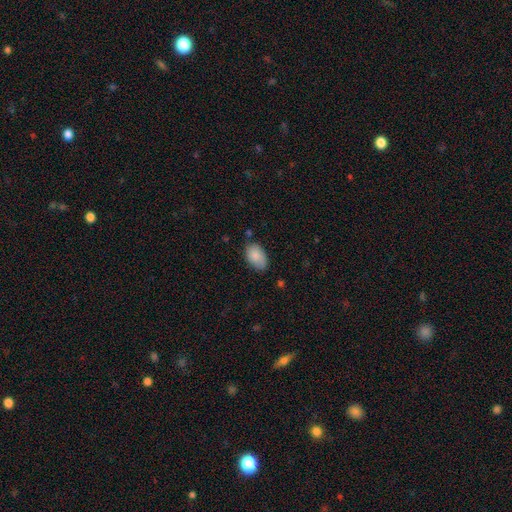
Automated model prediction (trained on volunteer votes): Smooth or featured? smooth (86%)
How rounded? in between (92%)
Merging? none (73%)